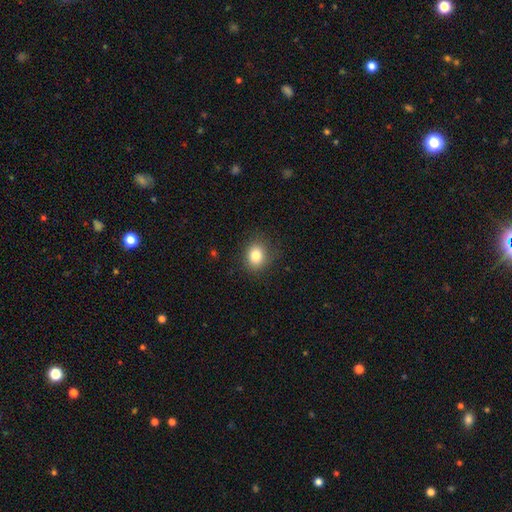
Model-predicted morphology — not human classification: A smooth galaxy with no disk features (82%) that is round (57%).

Vote fractions:
- Smooth or featured? smooth: 82% / star or artifact: 11% / featured or disk: 7%
- How rounded? round: 57% / in between: 42% / cigar-shaped: 1%
- Merging? none: 82% / minor disturbance: 14% / major disturbance: 4% / merger: 1%